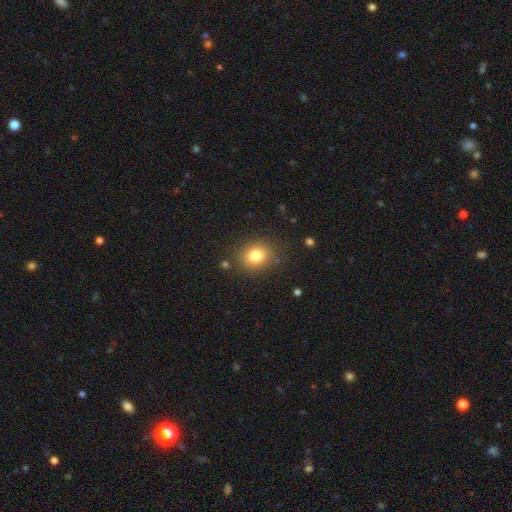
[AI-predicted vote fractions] This is likely a smooth galaxy (79%). How rounded: likely round (67%). Merging: clearly none (84%).